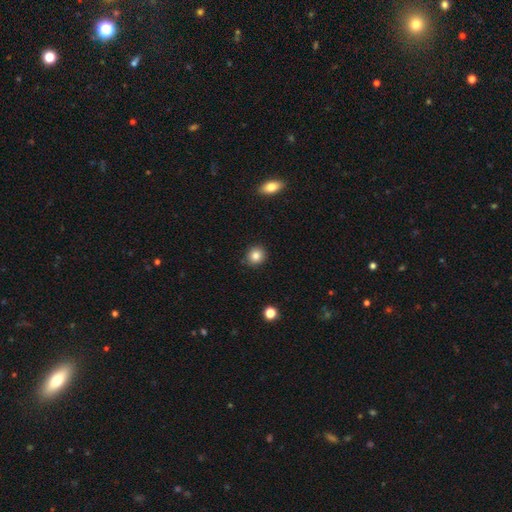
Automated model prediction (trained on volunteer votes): smooth-or-featured: smooth: 84% | star or artifact: 10% | featured or disk: 6%
  how-rounded: round: 86% | in between: 13% | cigar-shaped: 1%
  merging: none: 88% | minor disturbance: 8% | major disturbance: 2% | merger: 1%